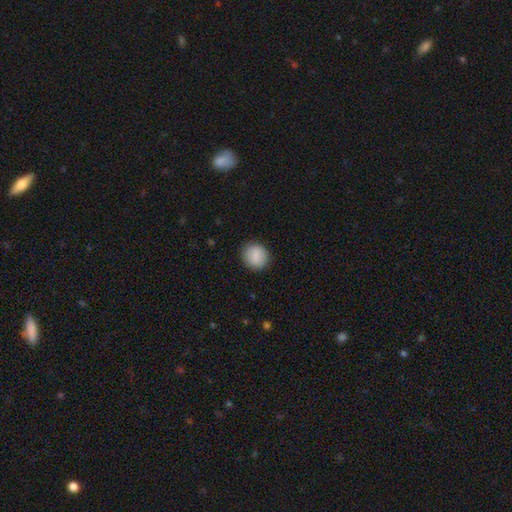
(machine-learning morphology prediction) Smooth or featured? smooth (88%)
How rounded? round (85%)
Merging? none (90%)